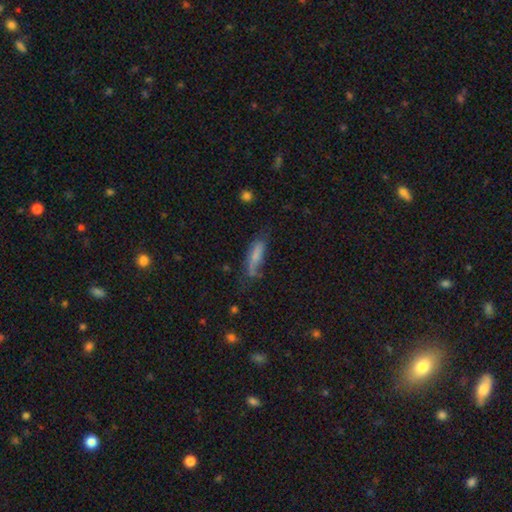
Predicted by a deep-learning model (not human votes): smooth-or-featured: smooth: 67% | featured or disk: 24% | star or artifact: 9%
  how-rounded: cigar-shaped: 54% | in between: 43% | round: 3%
  merging: none: 49% | minor disturbance: 31% | major disturbance: 16% | merger: 5%